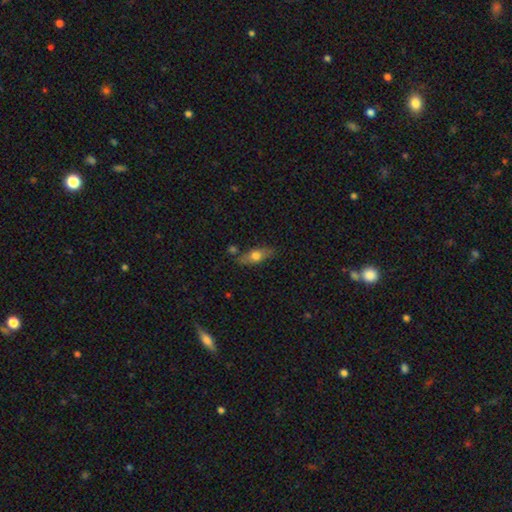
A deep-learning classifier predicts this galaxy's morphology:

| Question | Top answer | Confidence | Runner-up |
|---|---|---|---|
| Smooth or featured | smooth | 59% | featured or disk (33%) |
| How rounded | in between | 61% | cigar-shaped (33%) |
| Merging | none | 75% | minor disturbance (15%) |